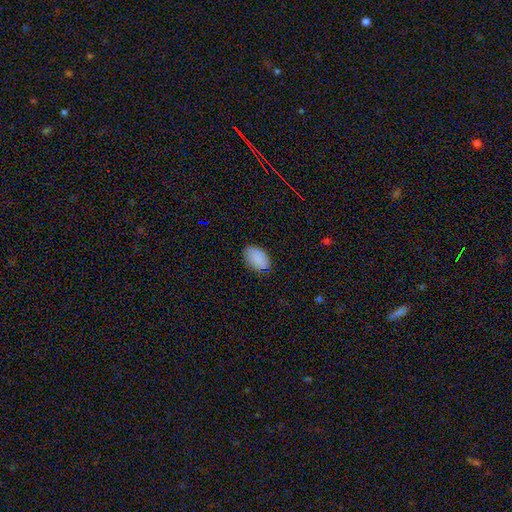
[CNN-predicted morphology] type=smooth (85%); roundness=in between (90%); merging=none (79%).